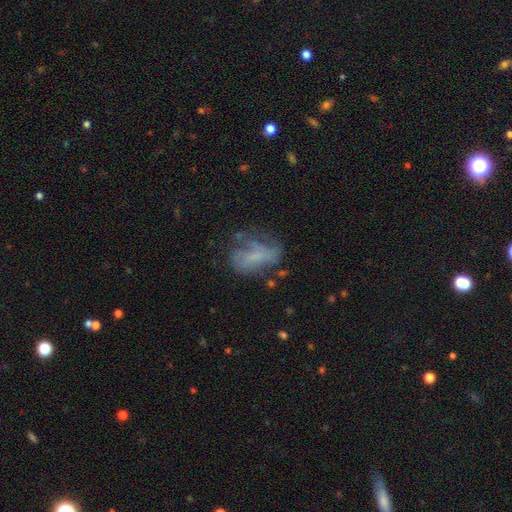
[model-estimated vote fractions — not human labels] A featured or disk galaxy (49%). Merging: none (38%).